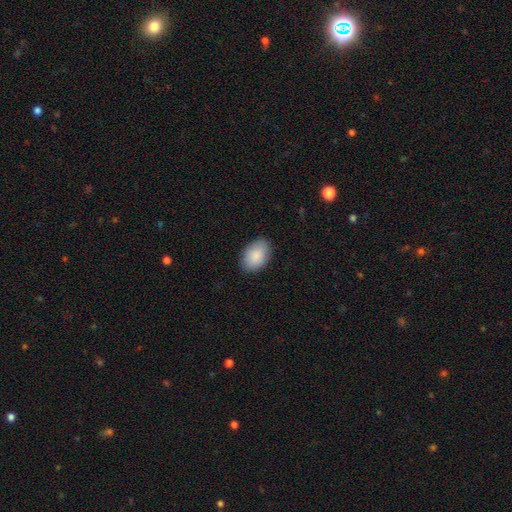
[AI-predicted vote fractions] The model was most divided on "merging": none: 87%, minor disturbance: 10%, major disturbance: 2%, merger: 1%. More confident: how rounded — in between (90%); smooth or featured — smooth (89%).